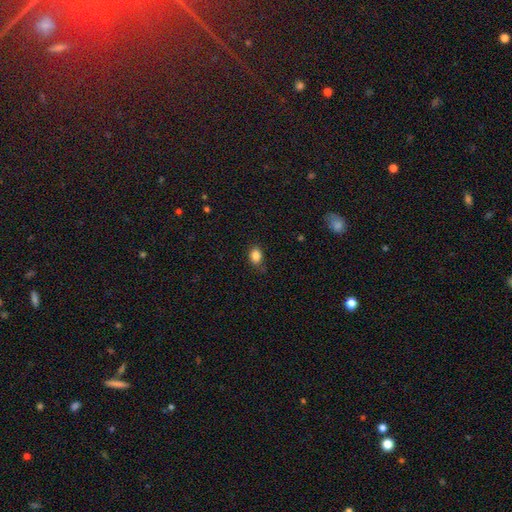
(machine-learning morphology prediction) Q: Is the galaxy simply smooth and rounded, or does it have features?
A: smooth — 85%.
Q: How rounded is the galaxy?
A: in between — 73%.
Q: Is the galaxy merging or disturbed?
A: none — 78%.